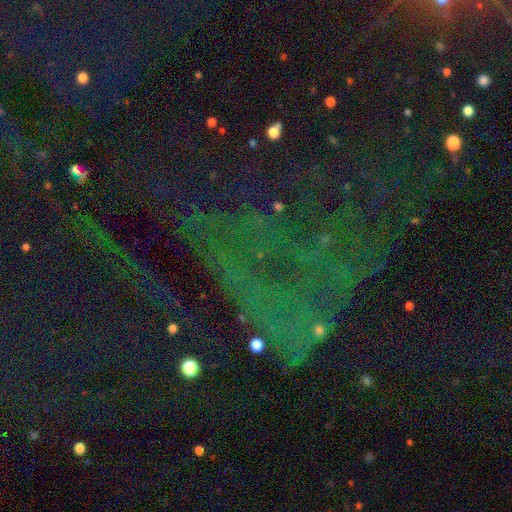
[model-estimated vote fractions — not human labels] star or artifact 76%, featured or disk 14%, smooth 11%.